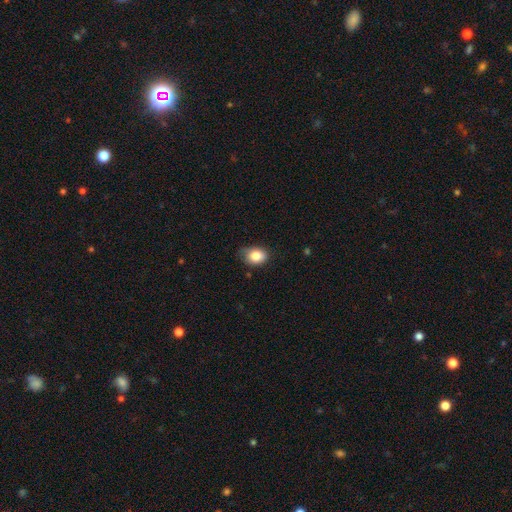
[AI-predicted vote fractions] Smooth or featured? Predicted: smooth (p=0.83). How rounded? Predicted: in between (p=0.64). Merging? Predicted: none (p=0.60).